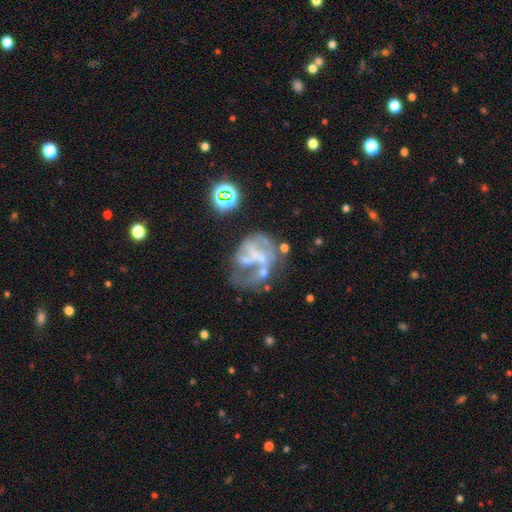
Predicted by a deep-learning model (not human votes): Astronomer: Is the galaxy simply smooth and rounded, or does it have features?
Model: featured or disk — 68%.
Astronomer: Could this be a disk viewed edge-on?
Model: no — 98%.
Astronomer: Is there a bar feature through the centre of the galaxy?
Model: no — 67%.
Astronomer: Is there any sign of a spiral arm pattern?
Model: no — 57% (runner-up: yes, 43%).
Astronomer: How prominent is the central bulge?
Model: none — 68%.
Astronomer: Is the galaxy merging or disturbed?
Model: major disturbance — 39% (runner-up: none, 32%).